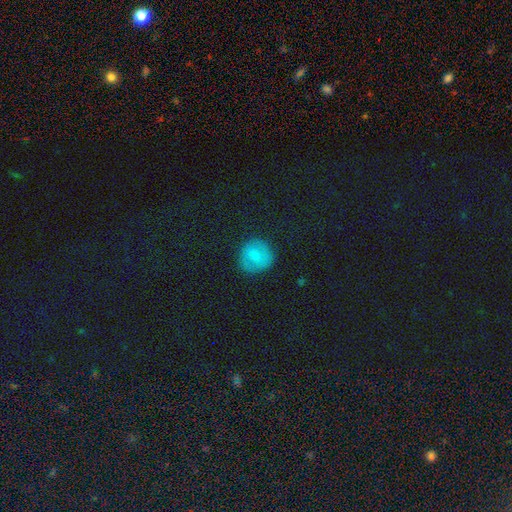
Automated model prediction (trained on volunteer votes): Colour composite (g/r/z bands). It shows a smooth galaxy with no disk features (67%) that is round (87%). Merging: none (82%).